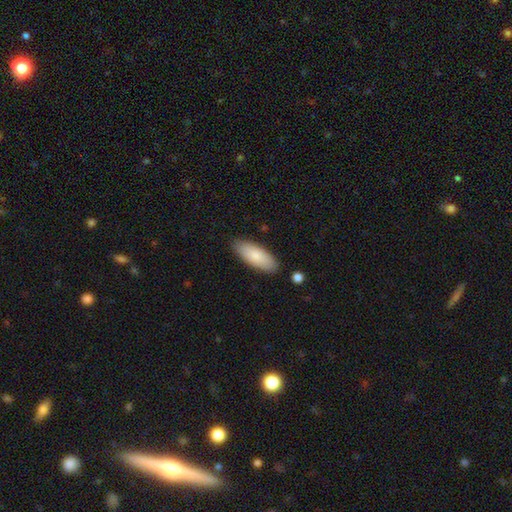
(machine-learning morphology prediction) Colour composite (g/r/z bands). It shows a smooth galaxy with no disk features (82%) that is in between round and cigar-shaped (77%). Merging: none (86%).